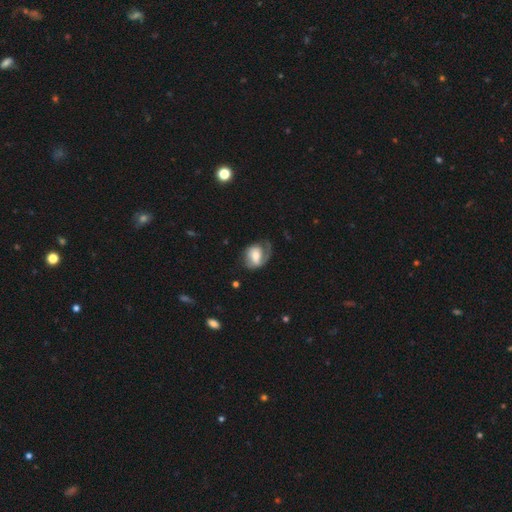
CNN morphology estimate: The model was most divided on "spiral arm count": 2: 46%, 1: 41%, can't tell: 9%, 3: 2%, 4: 1%, more than 4: 1%. Remaining: edge-on disk — no (97%); spiral arms — yes (88%); smooth or featured — featured or disk (67%); bulge size — moderate (57%); merging — none (50%); bar — weak (44%); spiral winding — medium (41%).